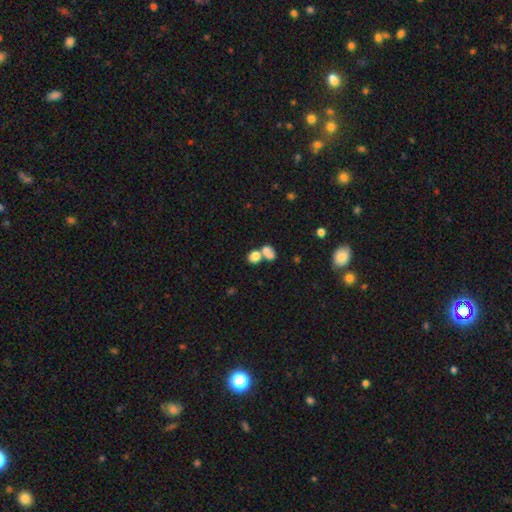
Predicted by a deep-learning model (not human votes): Smooth or featured?
  - smooth: 79% *
  - featured or disk: 11%
  - star or artifact: 10%
How rounded?
  - round: 49% * (tied)
  - in between: 49% * (tied)
  - cigar-shaped: 2%
Merging?
  - merger: 60% *
  - none: 28%
  - minor disturbance: 7%
  - major disturbance: 5%